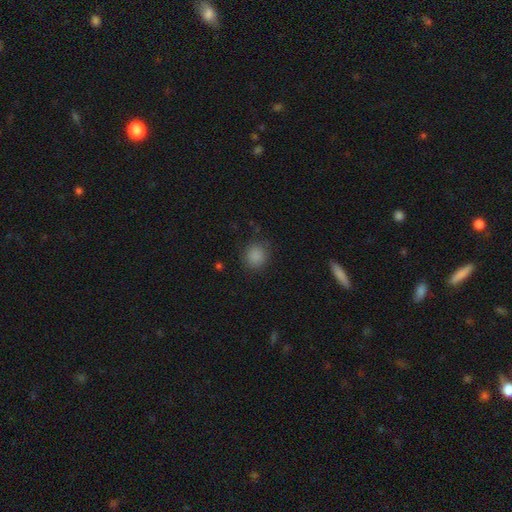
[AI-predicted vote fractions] The model was most divided on "how rounded": round: 85%, in between: 14%, cigar-shaped: 1%. More confident: smooth or featured — smooth (86%); merging — none (85%).